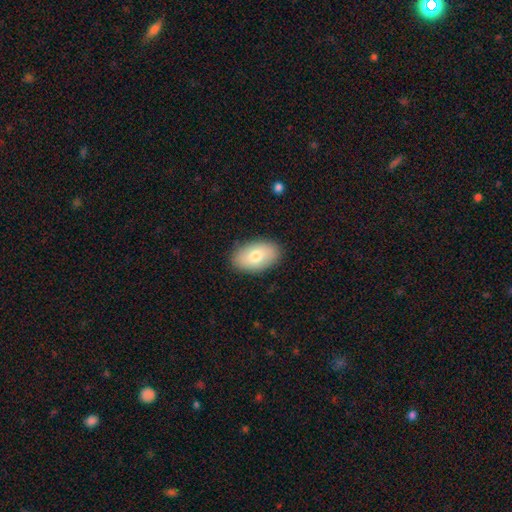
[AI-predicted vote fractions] A smooth galaxy with no disk features (76%) that is in between round and cigar-shaped (93%).

Vote fractions:
- Smooth or featured? smooth: 76% / featured or disk: 18% / star or artifact: 6%
- How rounded? in between: 93% / round: 6% / cigar-shaped: 1%
- Merging? none: 88% / minor disturbance: 9% / major disturbance: 2% / merger: 1%